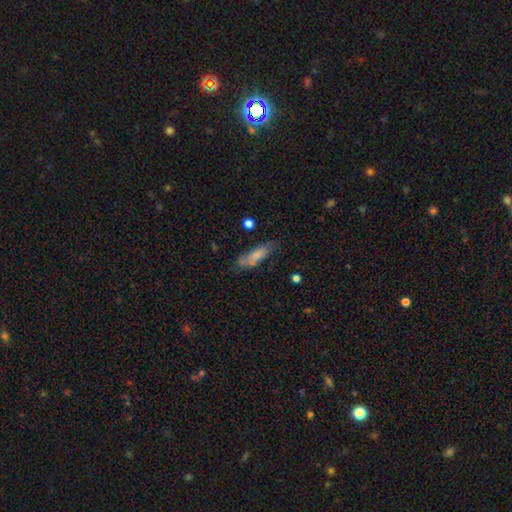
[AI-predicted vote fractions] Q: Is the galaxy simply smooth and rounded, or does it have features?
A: smooth — 66%.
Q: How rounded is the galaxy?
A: cigar-shaped — 49%, tied with in between.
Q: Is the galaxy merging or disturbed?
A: none — 58%.